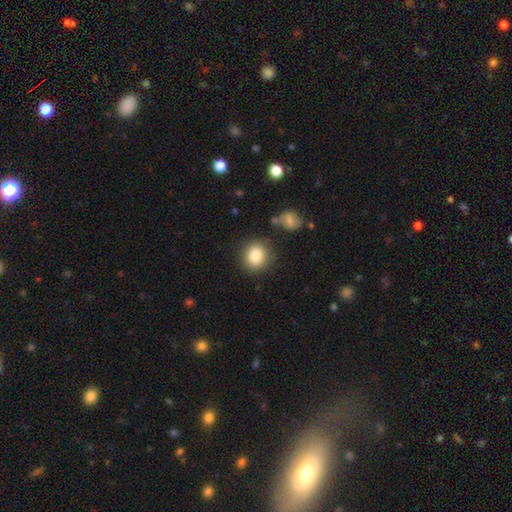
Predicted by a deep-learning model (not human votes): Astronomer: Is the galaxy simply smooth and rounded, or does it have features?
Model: smooth — 84%.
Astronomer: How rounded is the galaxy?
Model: round — 80%.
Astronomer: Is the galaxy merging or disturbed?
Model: none — 83%.